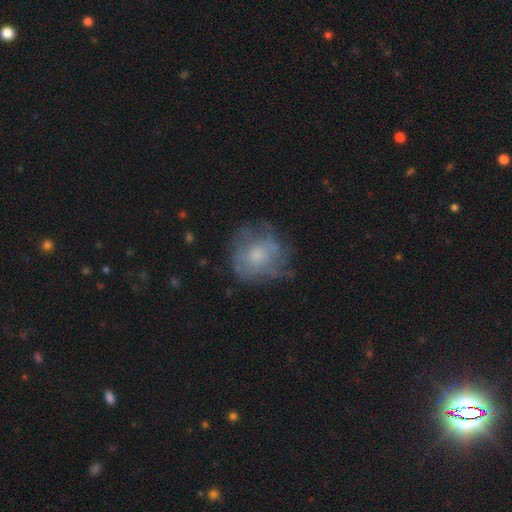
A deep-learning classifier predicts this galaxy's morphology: A smooth galaxy with no disk features (47%).

Vote fractions:
- Smooth or featured? smooth: 47% / featured or disk: 43% / star or artifact: 10%
- Merging? none: 59% / minor disturbance: 24% / major disturbance: 15% / merger: 2%